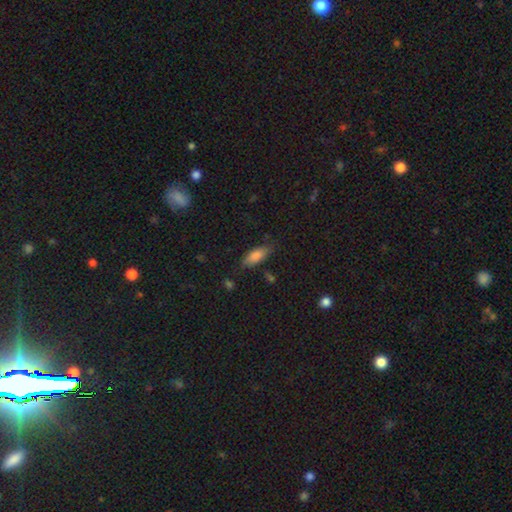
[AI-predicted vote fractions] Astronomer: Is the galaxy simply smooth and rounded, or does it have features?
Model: smooth — 80%.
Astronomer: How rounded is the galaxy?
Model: in between — 76%.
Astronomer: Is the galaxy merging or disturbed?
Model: none — 76%.